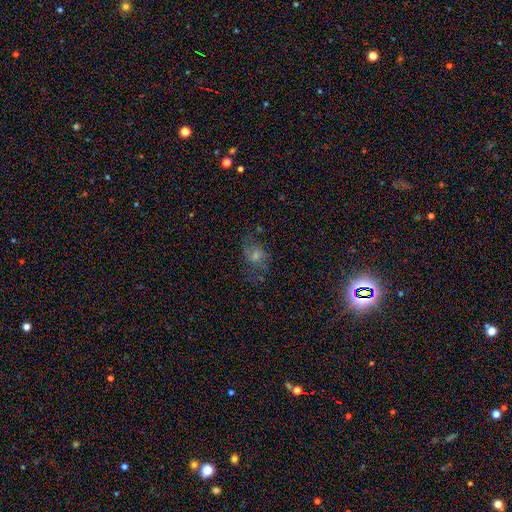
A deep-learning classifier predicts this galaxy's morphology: Overall: smooth (47%; featured or disk 38%). Merging: none (49%; minor disturbance 25%).